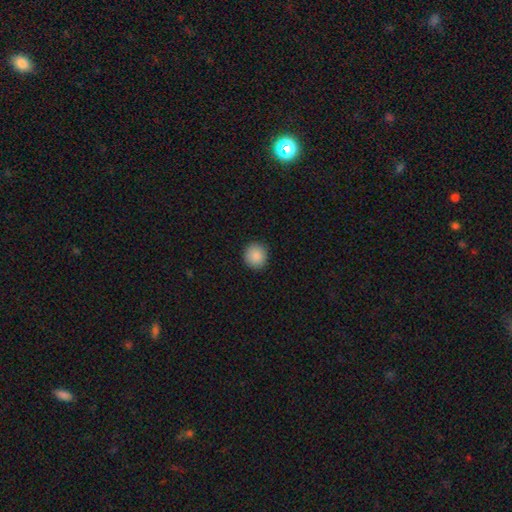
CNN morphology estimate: Smooth or featured?
  - smooth: 88% *
  - star or artifact: 8%
  - featured or disk: 4%
How rounded?
  - round: 92% *
  - in between: 7%
  - cigar-shaped: 1%
Merging?
  - none: 92% *
  - minor disturbance: 6%
  - major disturbance: 2%
  - merger: 1%